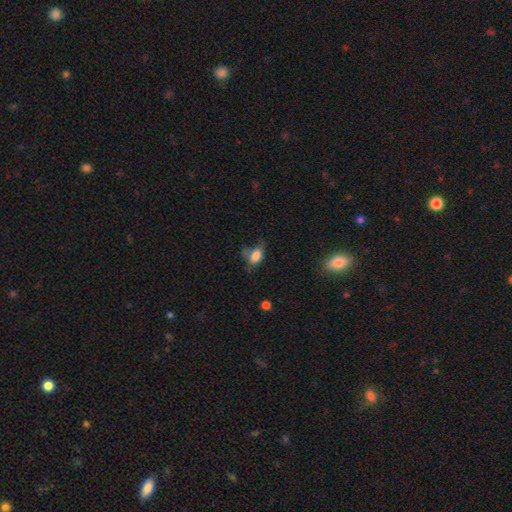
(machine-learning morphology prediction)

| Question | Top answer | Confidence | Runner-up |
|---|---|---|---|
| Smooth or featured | smooth | 73% | featured or disk (16%) |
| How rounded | in between | 82% | round (14%) |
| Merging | none | 37% | minor disturbance (30%) |